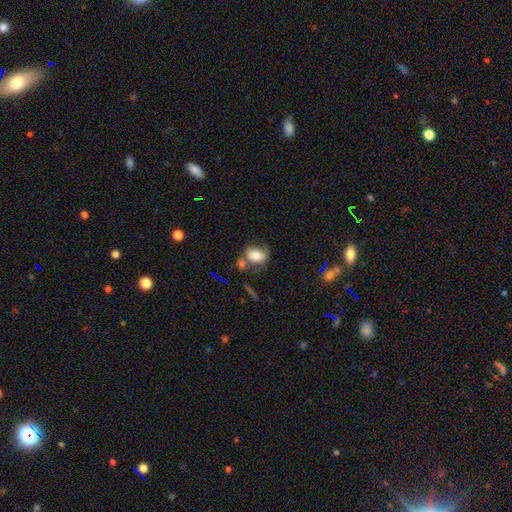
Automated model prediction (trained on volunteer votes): A smooth galaxy with no disk features (77%) that is in between round and cigar-shaped (70%).

Vote fractions:
- Smooth or featured? smooth: 77% / featured or disk: 13% / star or artifact: 10%
- How rounded? in between: 70% / round: 28% / cigar-shaped: 2%
- Merging? none: 51% / merger: 23% / minor disturbance: 19% / major disturbance: 7%